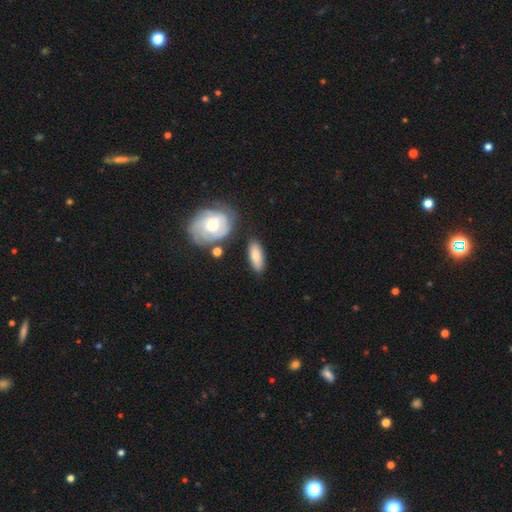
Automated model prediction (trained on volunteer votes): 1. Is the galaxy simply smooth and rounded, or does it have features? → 76% smooth, 18% featured or disk, 6% star or artifact.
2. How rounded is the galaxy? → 71% in between, 26% cigar-shaped, 3% round.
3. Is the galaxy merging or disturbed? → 77% none, 14% minor disturbance, 5% merger, 4% major disturbance.